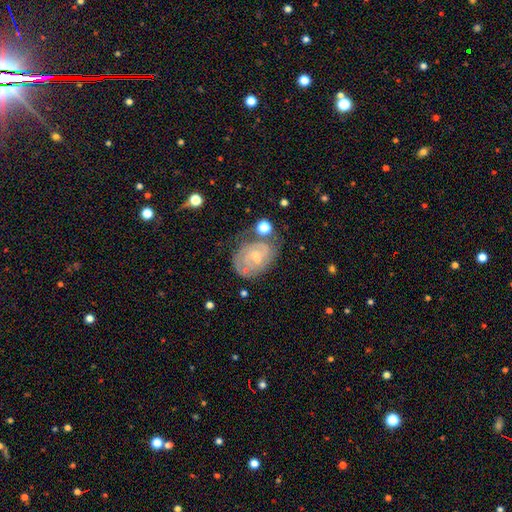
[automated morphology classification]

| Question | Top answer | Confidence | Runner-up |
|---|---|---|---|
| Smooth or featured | featured or disk | 78% | smooth (15%) |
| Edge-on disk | no | 97% | yes (3%) |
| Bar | no | 65% | weak (30%) |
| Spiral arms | yes | 88% | no (12%) |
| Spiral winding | tight | 65% | medium (27%) |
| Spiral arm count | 2 | 43% | can't tell (34%) |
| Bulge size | small | 68% | moderate (26%) |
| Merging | none | 55% | minor disturbance (24%) |